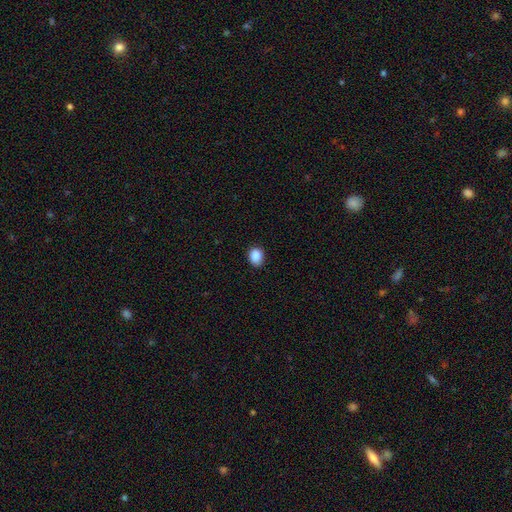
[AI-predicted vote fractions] Smooth or featured? smooth (89%)
How rounded? in between (57%)
Merging? none (85%)